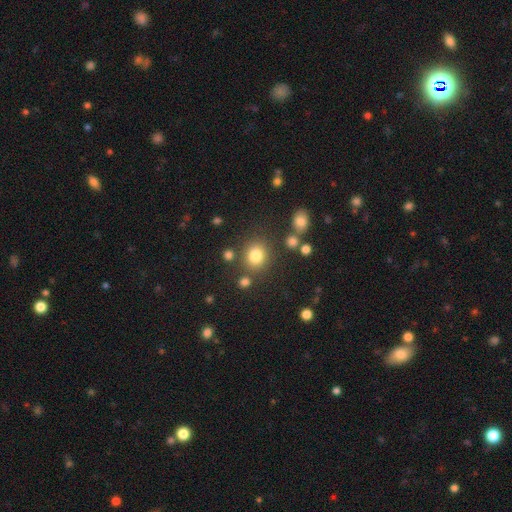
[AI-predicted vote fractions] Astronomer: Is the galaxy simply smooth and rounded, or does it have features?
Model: smooth — 79%.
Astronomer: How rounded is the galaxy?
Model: round — 80%.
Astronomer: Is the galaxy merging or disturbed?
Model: none — 77%.